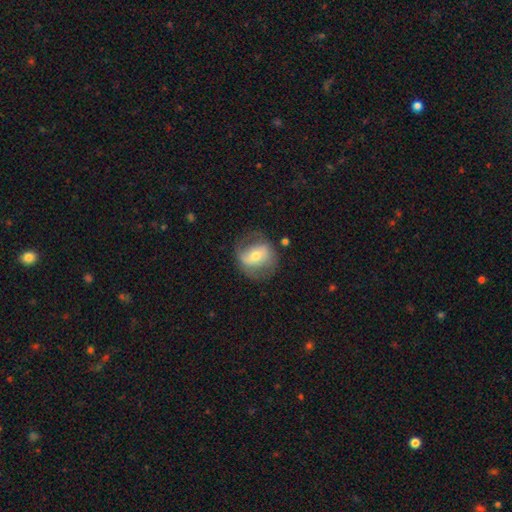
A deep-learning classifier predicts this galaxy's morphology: This is possibly a featured or disk galaxy (54%). It is clearly not viewed edge-on (94%). Bar: marginally weak (35%, tied with strong). Spiral arm pattern: possibly yes (58%). Central bulge: likely moderate (61%). Merging: likely none (65%).